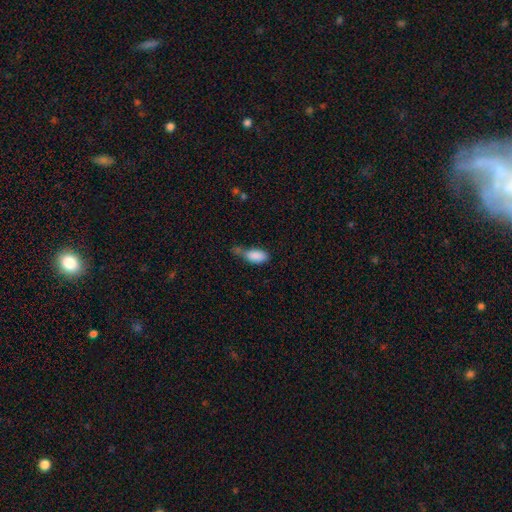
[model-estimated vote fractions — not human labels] Smooth or featured? Predicted: smooth (p=0.85). How rounded? Predicted: in between (p=0.89). Merging? Predicted: none (p=0.32).